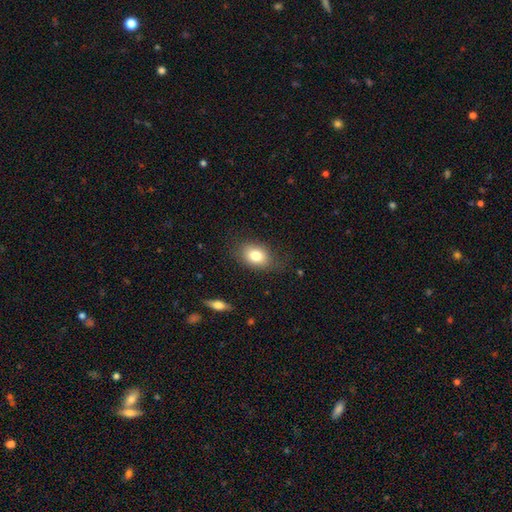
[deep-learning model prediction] Overall: smooth (79%). How rounded: in between (75%). Merging: none (76%).